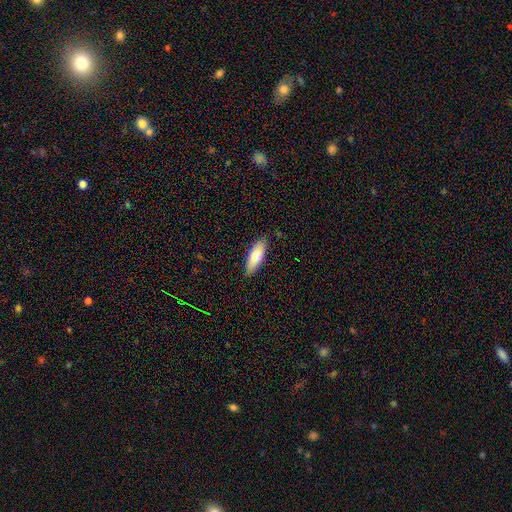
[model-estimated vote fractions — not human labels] This is likely a smooth galaxy (73%). How rounded: likely in between (61%). Merging: clearly none (87%).